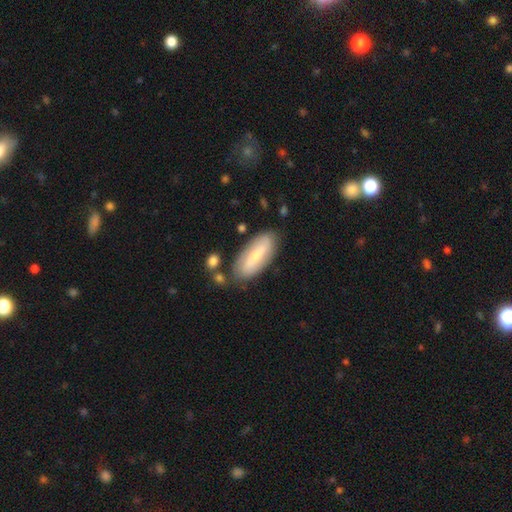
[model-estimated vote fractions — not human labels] A featured or disk galaxy (49%).

Vote fractions:
- Smooth or featured? featured or disk: 49% / smooth: 46% / star or artifact: 6%
- Merging? none: 81% / minor disturbance: 13% / merger: 3% / major disturbance: 3%